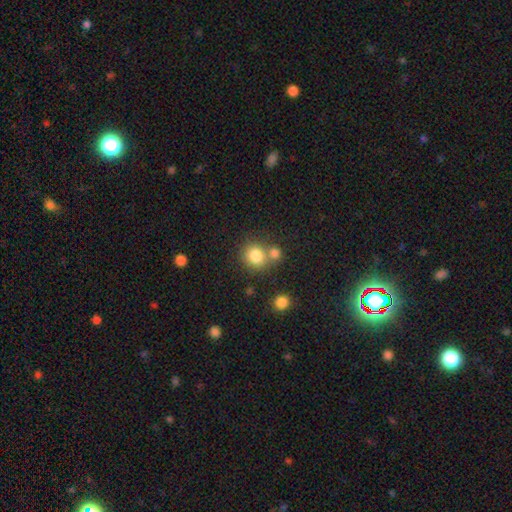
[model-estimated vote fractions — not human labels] Morphology: type=smooth (81%); roundness=round (85%); merging=none (56%).